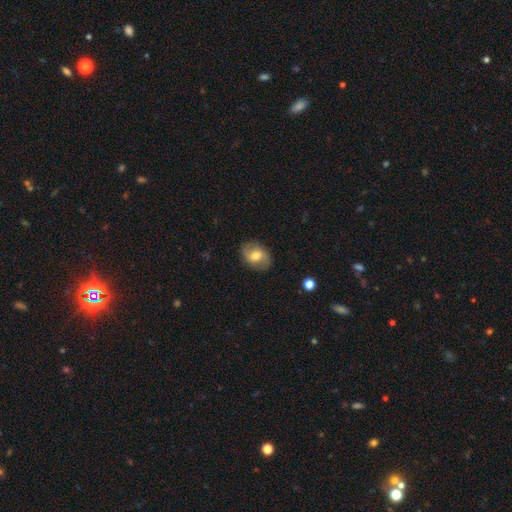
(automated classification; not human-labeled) Smooth or featured? smooth (58%)
How rounded? in between (65%)
Merging? none (83%)